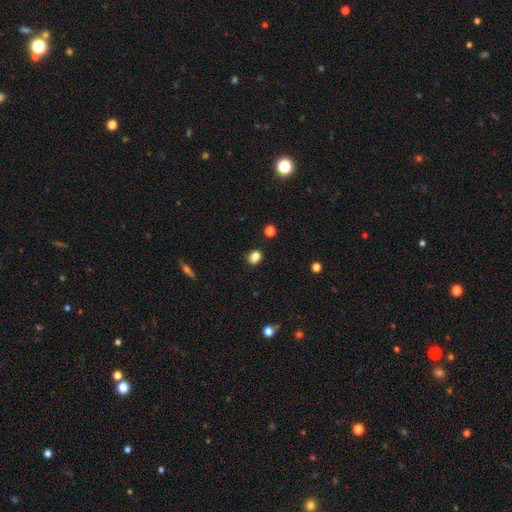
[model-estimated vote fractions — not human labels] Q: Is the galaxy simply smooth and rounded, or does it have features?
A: smooth — 82%.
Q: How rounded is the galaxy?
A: in between — 55%.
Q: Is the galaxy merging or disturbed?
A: none — 72%.